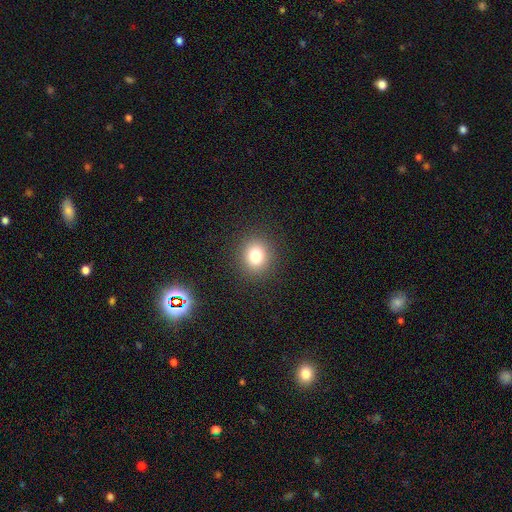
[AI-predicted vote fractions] smooth 79%, star or artifact 13%, featured or disk 8%. Down the decision tree: how rounded — round (78%); merging — none (90%).